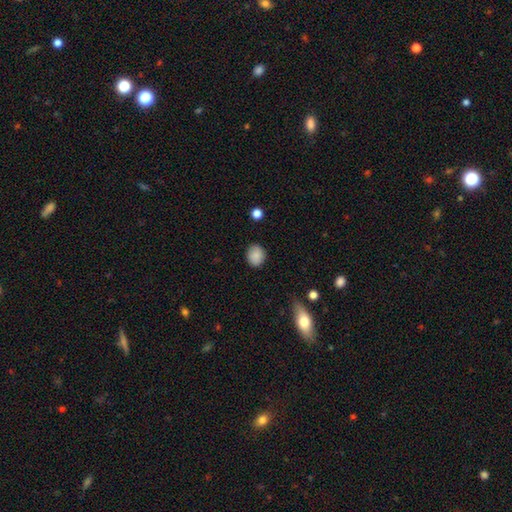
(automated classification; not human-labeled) Morphology: type=smooth (87%); roundness=round (65%); merging=none (84%).